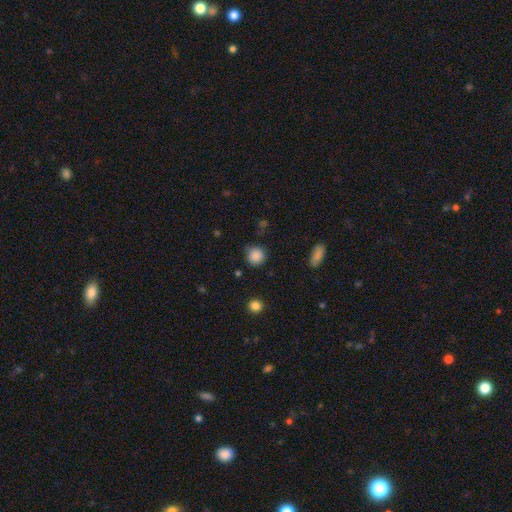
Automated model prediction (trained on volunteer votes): A smooth galaxy with no disk features (87%) that is round (92%). Merging: none (82%).